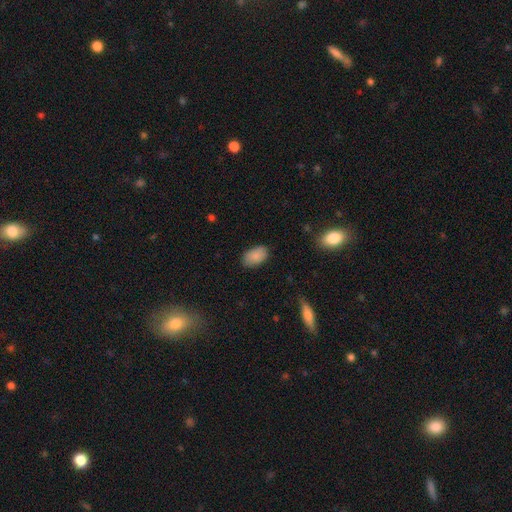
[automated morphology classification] Smooth or featured? Predicted: smooth (p=0.87). How rounded? Predicted: in between (p=0.92). Merging? Predicted: none (p=0.83).